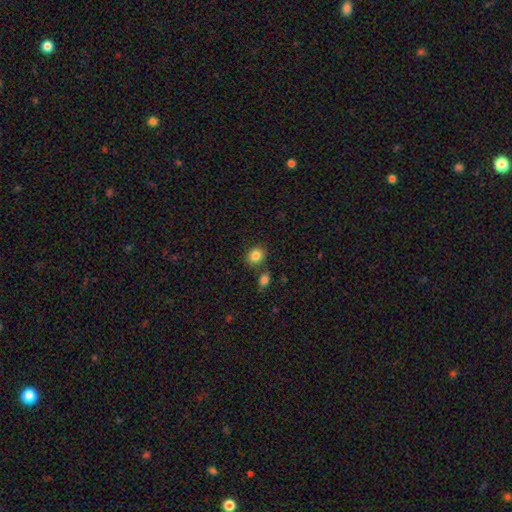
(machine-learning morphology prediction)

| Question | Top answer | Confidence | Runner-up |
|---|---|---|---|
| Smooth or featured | smooth | 84% | star or artifact (10%) |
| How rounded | round | 70% | in between (29%) |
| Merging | none | 74% | merger (12%) |